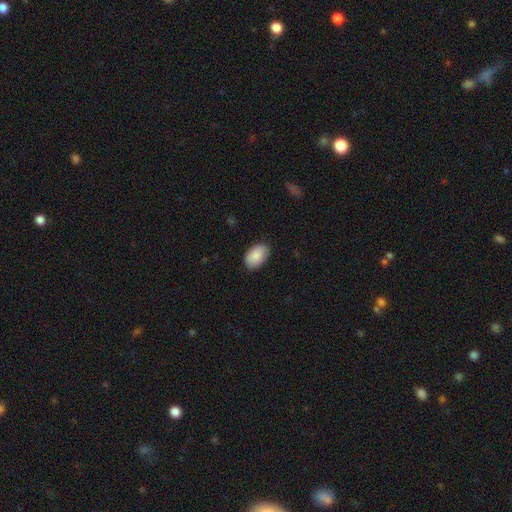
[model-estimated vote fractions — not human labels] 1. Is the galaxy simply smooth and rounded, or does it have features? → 88% smooth, 6% star or artifact, 6% featured or disk.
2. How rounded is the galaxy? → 91% in between, 8% round, 1% cigar-shaped.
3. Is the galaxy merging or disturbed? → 85% none, 12% minor disturbance, 2% major disturbance, 1% merger.